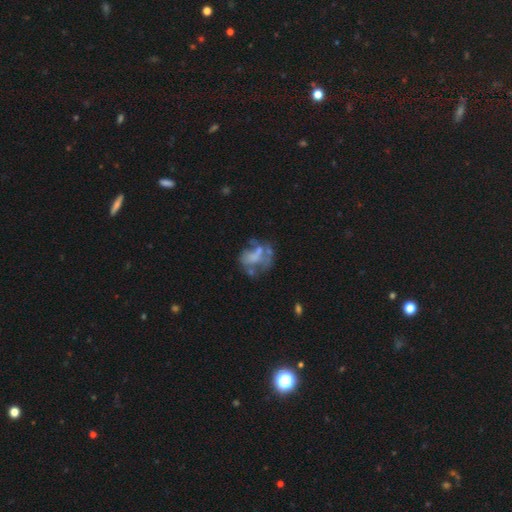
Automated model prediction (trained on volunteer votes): smooth-or-featured: featured or disk: 55% | smooth: 33% | star or artifact: 12%
  disk-edge-on: no: 98% | yes: 2%
    bar: no: 83% | weak: 13% | strong: 4%
    has-spiral-arms: no: 84% | yes: 16%
    bulge-size: none: 63% | moderate: 16% | small: 14% | large: 6% | dominant: 2%
  merging: none: 34% | major disturbance: 31% | minor disturbance: 19% | merger: 15%